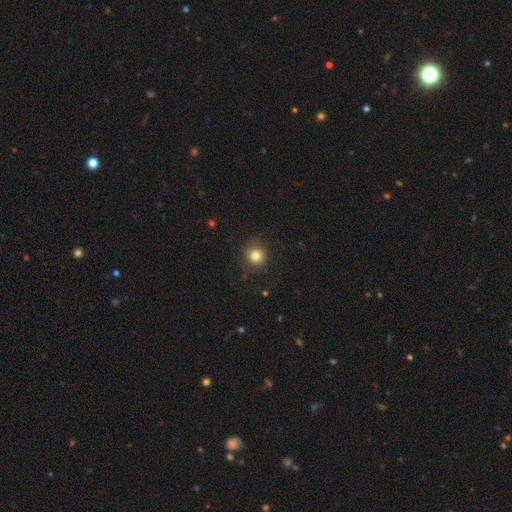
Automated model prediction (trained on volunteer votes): Smooth or featured? Predicted: smooth (p=0.83). How rounded? Predicted: round (p=0.93). Merging? Predicted: none (p=0.88).